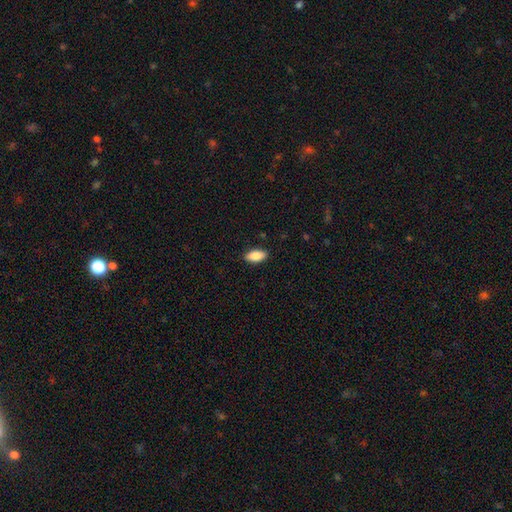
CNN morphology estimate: Q: Smooth or featured?
A: smooth (87%); runner-up: featured or disk (7%)
Q: How rounded?
A: in between (90%); runner-up: cigar-shaped (8%)
Q: Merging?
A: none (89%); runner-up: minor disturbance (8%)